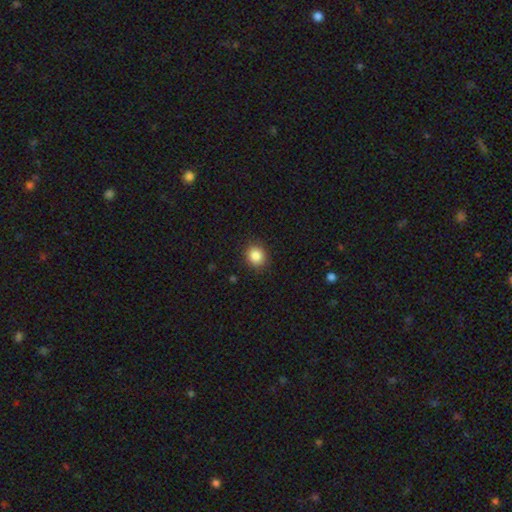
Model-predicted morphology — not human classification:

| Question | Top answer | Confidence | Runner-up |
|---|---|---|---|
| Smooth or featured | smooth | 86% | star or artifact (10%) |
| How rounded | round | 76% | in between (24%) |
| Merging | none | 89% | minor disturbance (8%) |